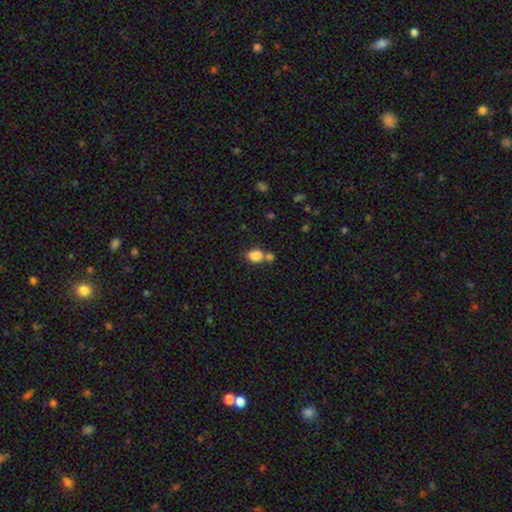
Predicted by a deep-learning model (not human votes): This appears to be a smooth galaxy with no disk features (84%) that is in between round and cigar-shaped (74%). Merging: none (46%).